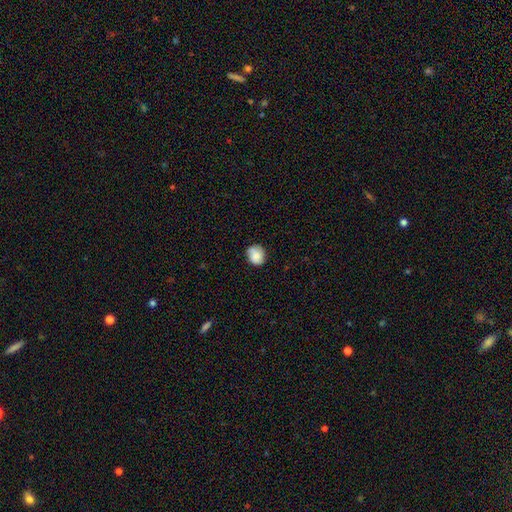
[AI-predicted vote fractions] Overall: smooth (77%). How rounded: round (68%; in between 31%). Merging: none (74%).